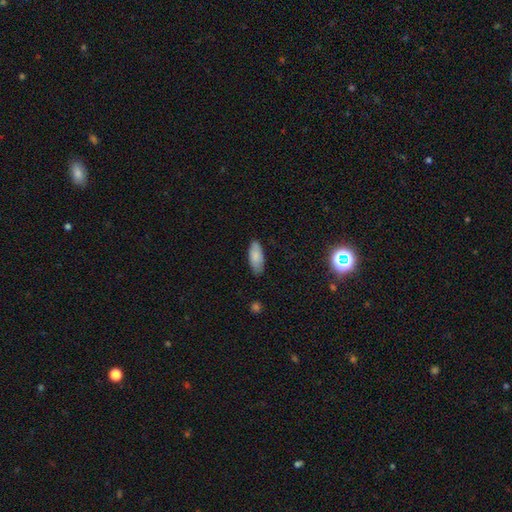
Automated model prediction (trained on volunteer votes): The model was most divided on "merging": none: 78%, minor disturbance: 18%, major disturbance: 3%, merger: 1%. More confident: smooth or featured — smooth (84%); how rounded — in between (83%).